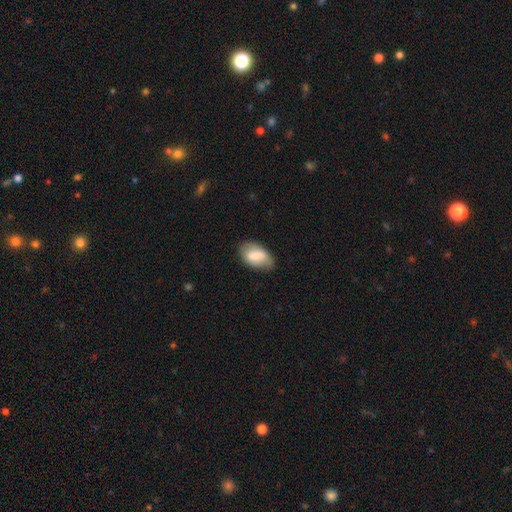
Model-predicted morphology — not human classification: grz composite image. It shows a smooth galaxy with no disk features (75%) that is in between round and cigar-shaped (92%). Merging: none (67%).